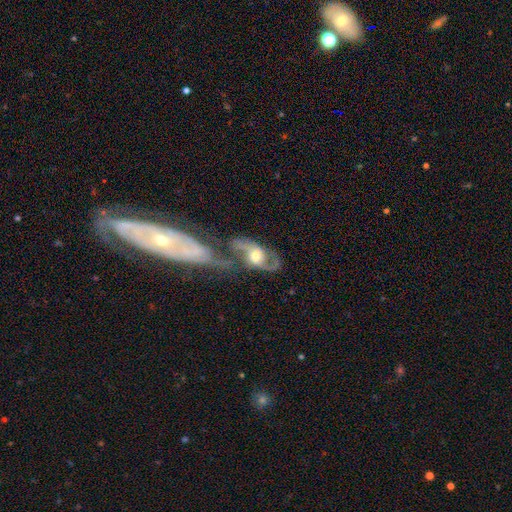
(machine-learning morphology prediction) Overall: featured or disk (81%). Edge-on disk: no (95%). Bar: no (54%; weak 34%). Spiral arms: yes (91%). Spiral arm count: 2 (84%). Spiral winding: medium (43%; loose 40%). Bulge size: moderate (66%). Merging: merger (53%; none 21%).